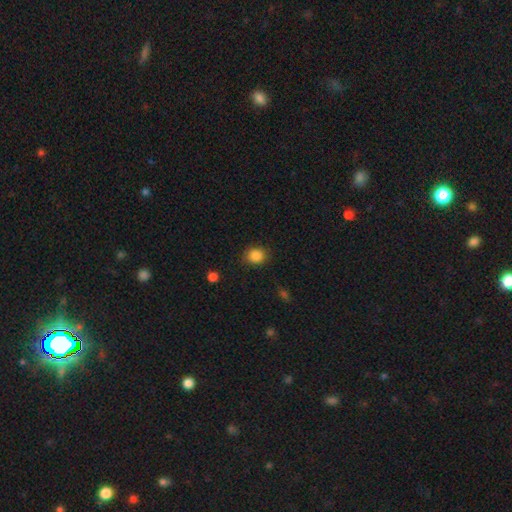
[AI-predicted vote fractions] A smooth galaxy with no disk features (86%) that is round (74%). Merging: none (83%).